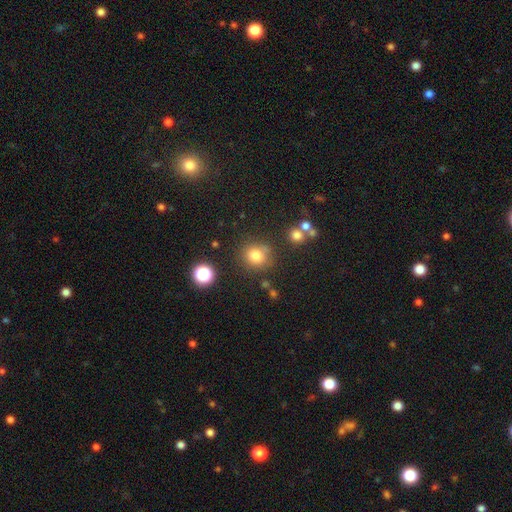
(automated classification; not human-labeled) smooth_or_featured: smooth (p=0.78) [alt: star or artifact p=0.15]
how_rounded: round (p=0.84) [alt: in between p=0.15]
merging: none (p=0.77) [alt: minor disturbance p=0.12]